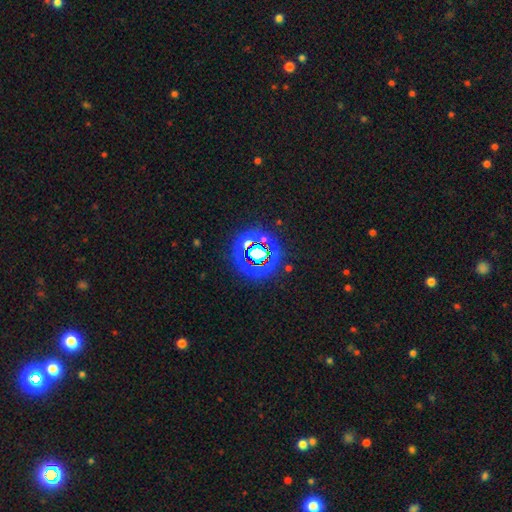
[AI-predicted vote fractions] smooth-or-featured: star or artifact: 80% | smooth: 12% | featured or disk: 8%